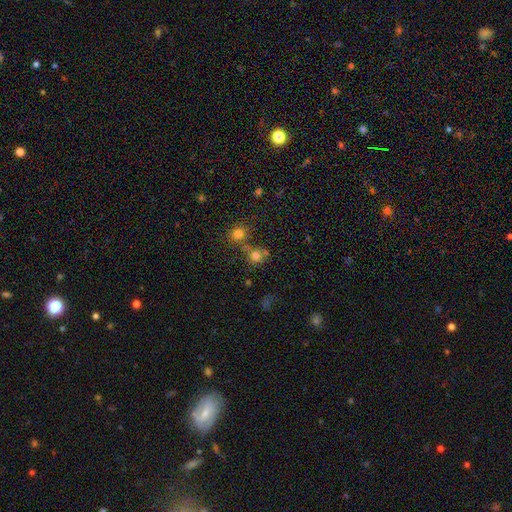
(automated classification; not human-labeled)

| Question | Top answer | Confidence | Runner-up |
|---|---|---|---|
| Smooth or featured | smooth | 73% | star or artifact (17%) |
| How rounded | round | 86% | in between (13%) |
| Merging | none | 60% | merger (25%) |